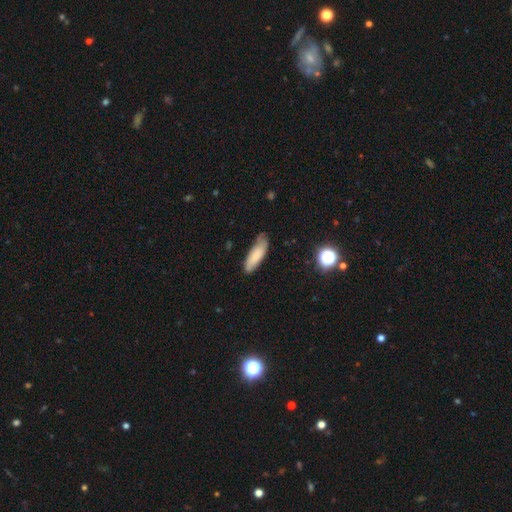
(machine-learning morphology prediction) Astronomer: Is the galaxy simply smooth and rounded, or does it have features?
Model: smooth — 79%.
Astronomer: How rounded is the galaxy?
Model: in between — 52% (runner-up: cigar-shaped, 47%).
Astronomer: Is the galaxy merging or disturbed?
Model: none — 69%.